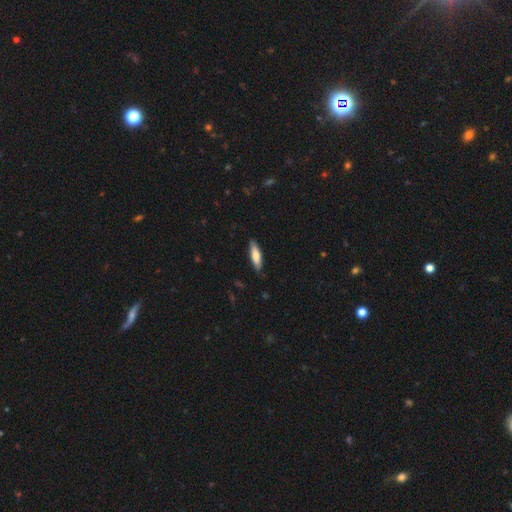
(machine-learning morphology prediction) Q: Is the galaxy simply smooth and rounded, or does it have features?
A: smooth — 74%.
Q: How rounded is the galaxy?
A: cigar-shaped — 61%.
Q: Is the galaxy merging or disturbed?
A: none — 85%.